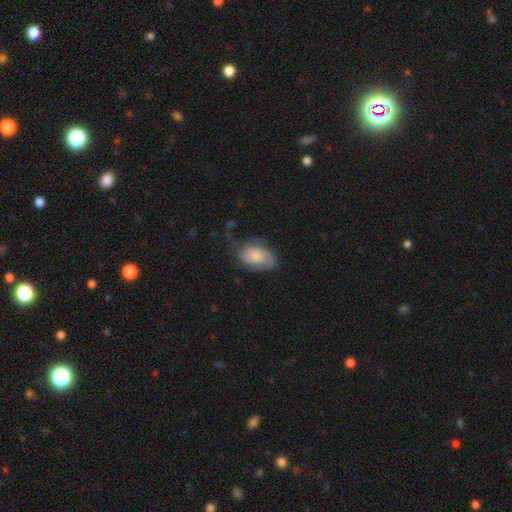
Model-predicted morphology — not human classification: The model was most divided on "smooth or featured": featured or disk: 49%, smooth: 44%, star or artifact: 7%. More confident: merging — none (56%).